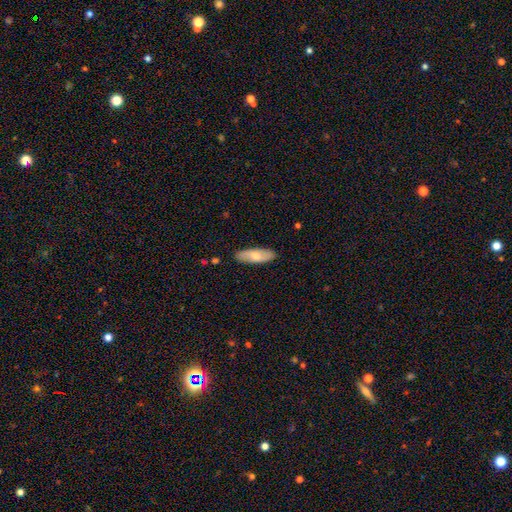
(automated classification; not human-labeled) Overall: smooth (70%). How rounded: in between (64%; cigar-shaped 34%). Merging: none (88%).